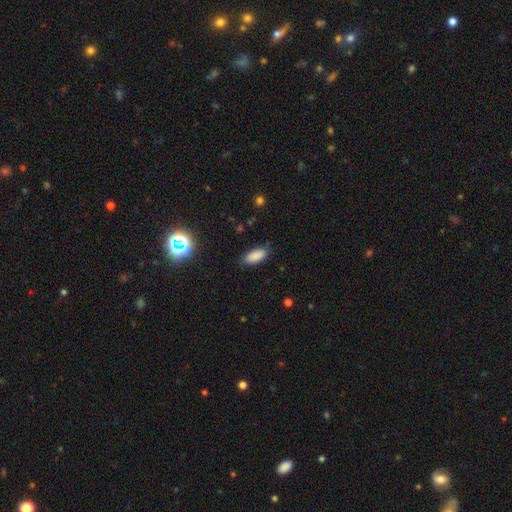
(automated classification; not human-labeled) The model was most divided on "how rounded": in between: 84%, cigar-shaped: 14%, round: 2%. More confident: smooth or featured — smooth (86%); merging — none (83%).